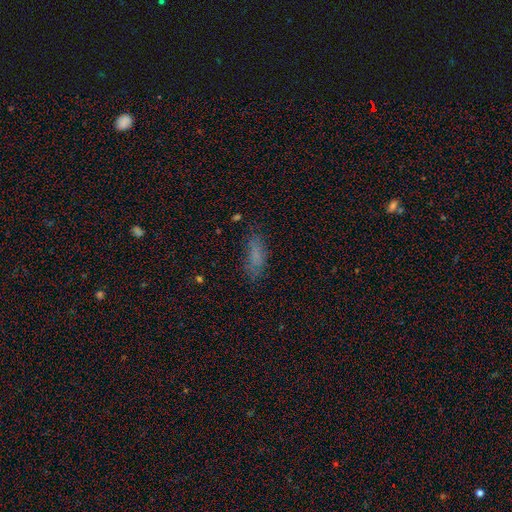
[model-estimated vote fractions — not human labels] This appears to be a smooth galaxy with no disk features (71%) that is in between round and cigar-shaped (67%). Merging: none (65%).